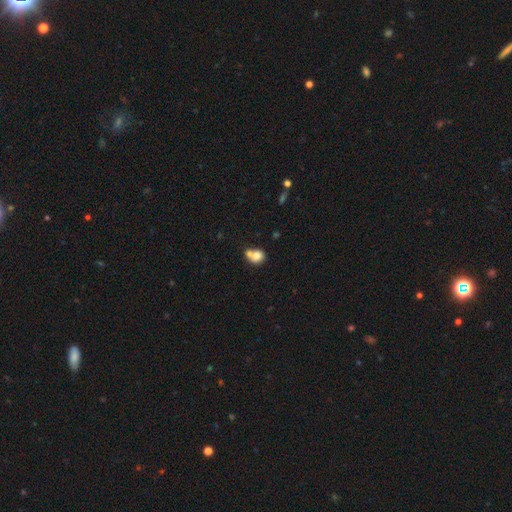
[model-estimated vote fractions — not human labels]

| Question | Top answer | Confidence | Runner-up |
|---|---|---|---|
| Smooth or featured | smooth | 77% | featured or disk (14%) |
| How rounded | round | 67% | in between (32%) |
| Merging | merger | 53% | none (33%) |